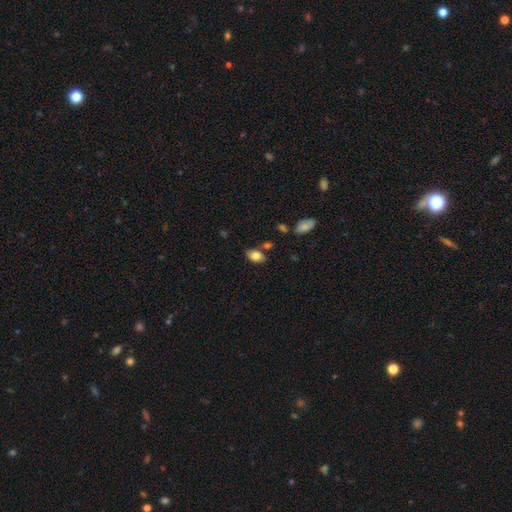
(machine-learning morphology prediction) Smooth or featured? Predicted: smooth (p=0.81). How rounded? Predicted: in between (p=0.85). Merging? Predicted: none (p=0.67).